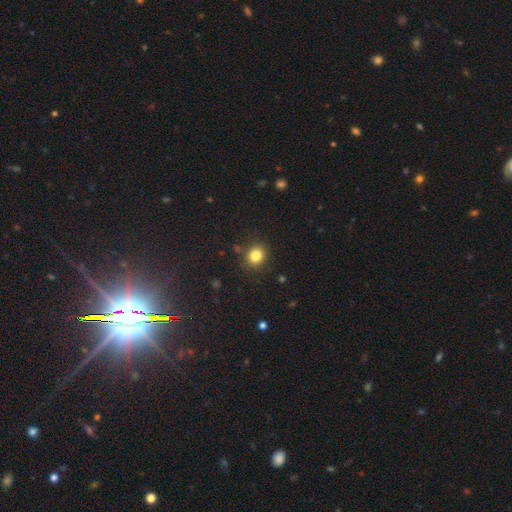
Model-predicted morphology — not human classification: This appears to be a smooth galaxy with no disk features (83%) that is round (70%). Merging: none (85%).